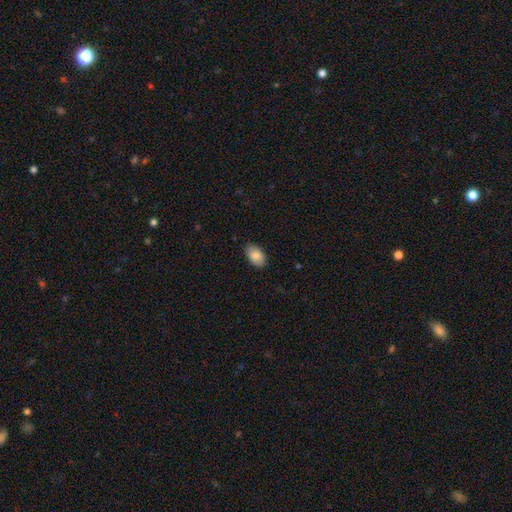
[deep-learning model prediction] smooth_or_featured: smooth (p=0.85) [alt: featured or disk p=0.08]
how_rounded: in between (p=0.91) [alt: round p=0.08]
merging: none (p=0.85) [alt: minor disturbance p=0.11]